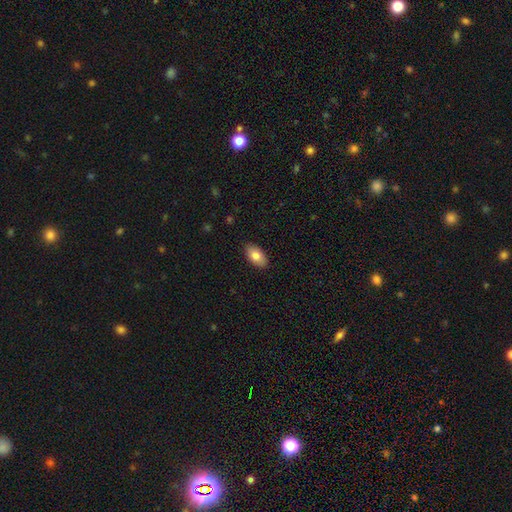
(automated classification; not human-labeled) A smooth galaxy with no disk features (82%) that is in between round and cigar-shaped (94%). Merging: none (88%).